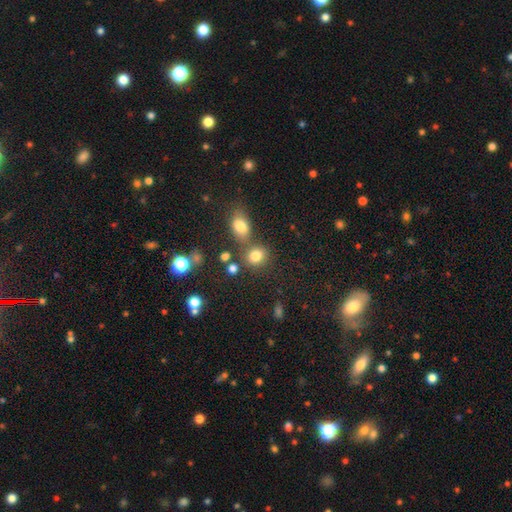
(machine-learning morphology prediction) A smooth galaxy with no disk features (78%) that is round (64%). Merging: none (62%).